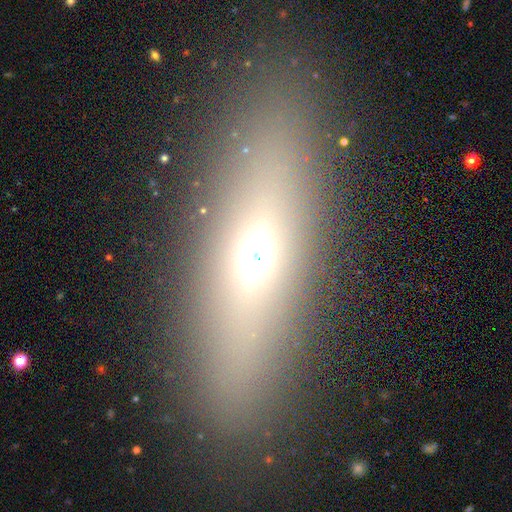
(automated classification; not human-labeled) Overall: featured or disk (49%; smooth 29%). Merging: none (83%).